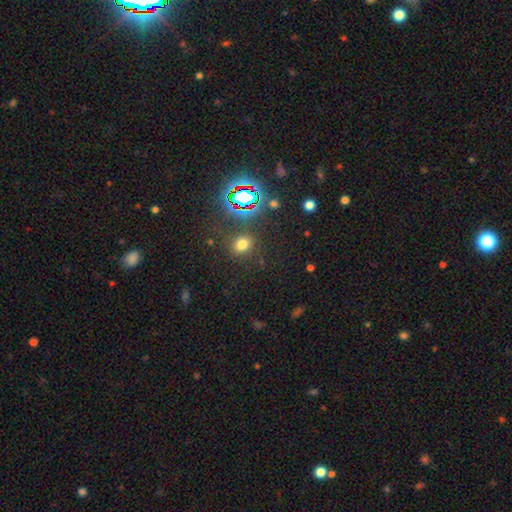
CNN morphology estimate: star or artifact 65%, smooth 27%, featured or disk 8%.